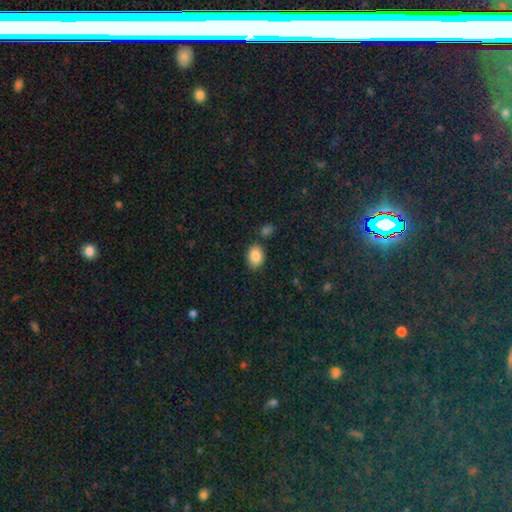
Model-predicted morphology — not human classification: A smooth galaxy with no disk features (86%) that is in between round and cigar-shaped (82%). Merging: none (78%).